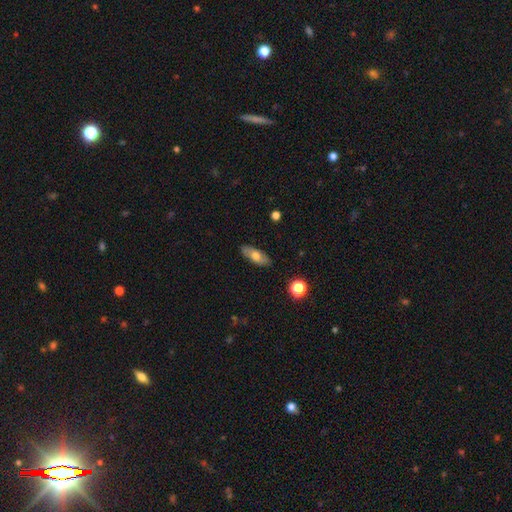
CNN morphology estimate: Q: Smooth or featured?
A: smooth (63%); runner-up: featured or disk (30%)
Q: How rounded?
A: in between (73%); runner-up: cigar-shaped (23%)
Q: Merging?
A: none (86%); runner-up: minor disturbance (10%)